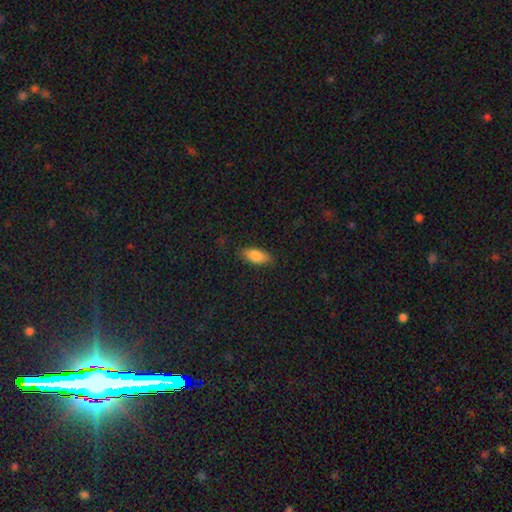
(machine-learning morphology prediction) A smooth galaxy with no disk features (83%) that is in between round and cigar-shaped (82%). Merging: none (82%).